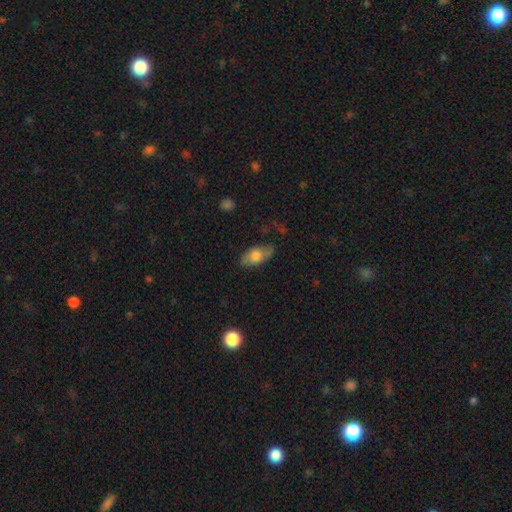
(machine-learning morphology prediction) smooth_or_featured: smooth (p=0.69) [alt: featured or disk p=0.24]
how_rounded: in between (p=0.89) [alt: cigar-shaped p=0.07]
merging: none (p=0.79) [alt: minor disturbance p=0.16]